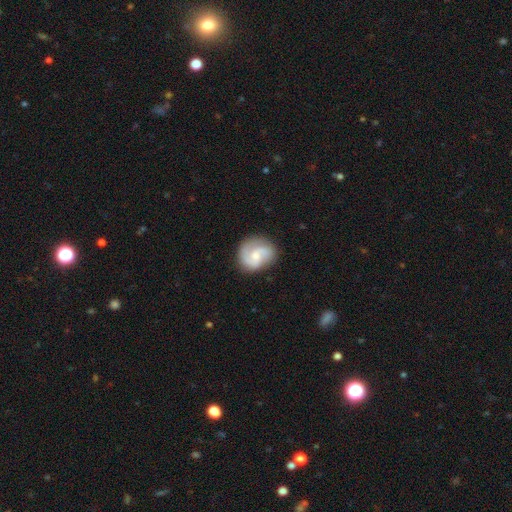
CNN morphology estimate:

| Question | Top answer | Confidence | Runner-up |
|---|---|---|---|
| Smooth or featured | featured or disk | 72% | smooth (23%) |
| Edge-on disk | no | 98% | yes (2%) |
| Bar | no | 53% | weak (41%) |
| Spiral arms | yes | 95% | no (5%) |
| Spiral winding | medium | 50% | loose (25%) |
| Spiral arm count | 2 | 80% | can't tell (7%) |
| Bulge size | small | 49% | moderate (40%) |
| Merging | none | 75% | minor disturbance (17%) |